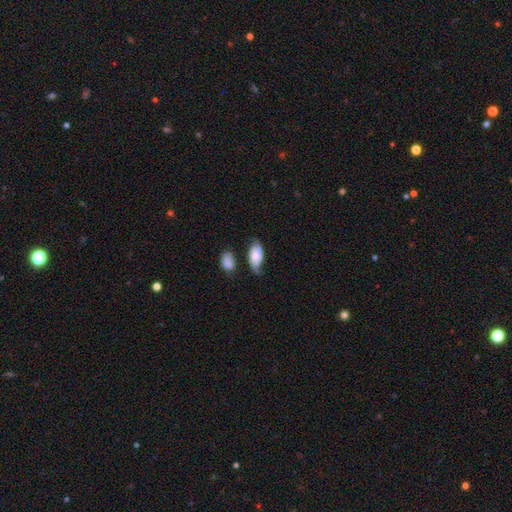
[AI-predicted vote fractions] Smooth or featured? smooth (67%)
How rounded? in between (91%)
Merging? none (49%)